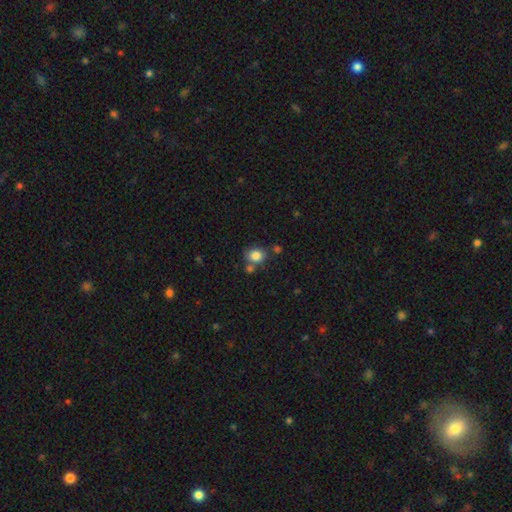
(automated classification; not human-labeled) Overall: smooth (83%). How rounded: round (61%; in between 38%). Merging: none (66%).